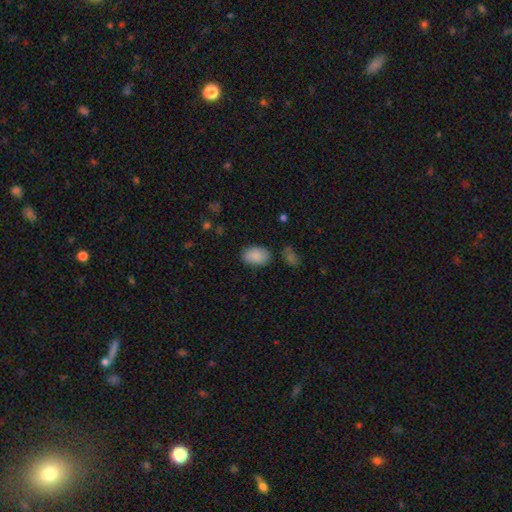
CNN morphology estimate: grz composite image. It shows a smooth galaxy with no disk features (88%) that is in between round and cigar-shaped (88%). Merging: none (79%).